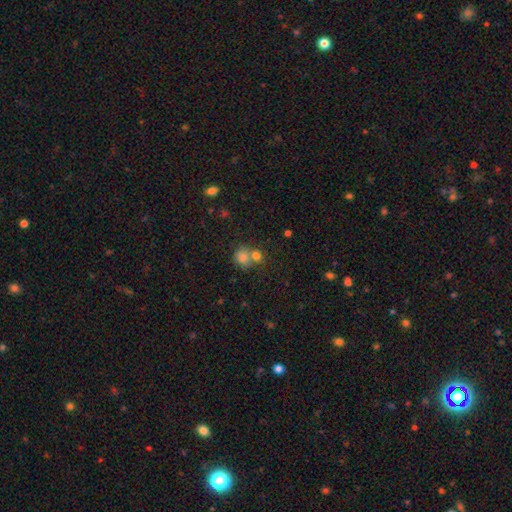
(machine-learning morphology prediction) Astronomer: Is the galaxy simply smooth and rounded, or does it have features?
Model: smooth — 77%.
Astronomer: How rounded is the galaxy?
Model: round — 74%.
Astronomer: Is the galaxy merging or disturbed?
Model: merger — 45% (runner-up: none, 43%).